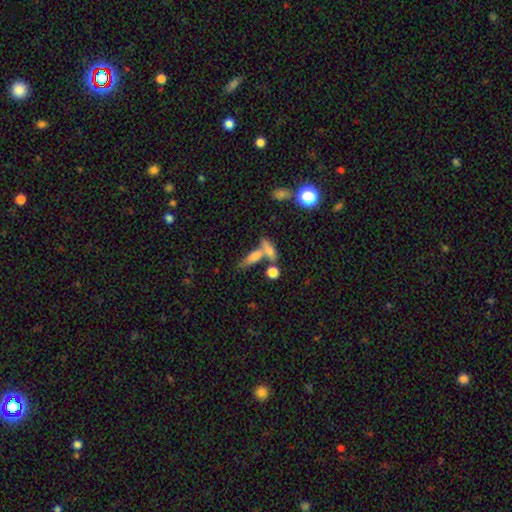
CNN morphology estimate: A smooth galaxy with no disk features (66%) that is cigar-shaped (50%).

Vote fractions:
- Smooth or featured? smooth: 66% / featured or disk: 24% / star or artifact: 11%
- How rounded? cigar-shaped: 50% / in between: 44% / round: 6%
- Merging? merger: 45% / none: 38% / minor disturbance: 10% / major disturbance: 6%